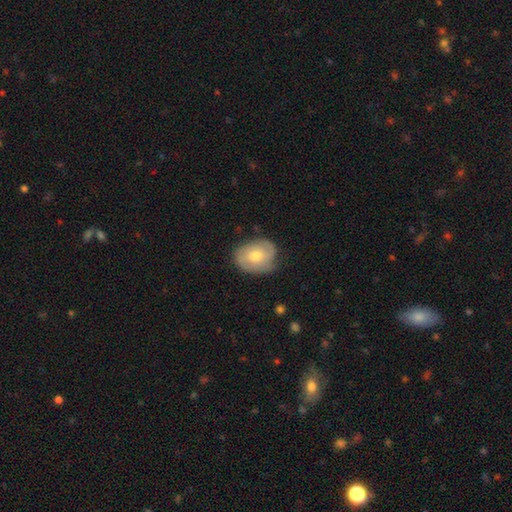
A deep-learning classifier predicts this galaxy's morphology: smooth-or-featured: featured or disk: 49% | smooth: 43% | star or artifact: 7%
  merging: none: 71% | minor disturbance: 22% | major disturbance: 6% | merger: 1%